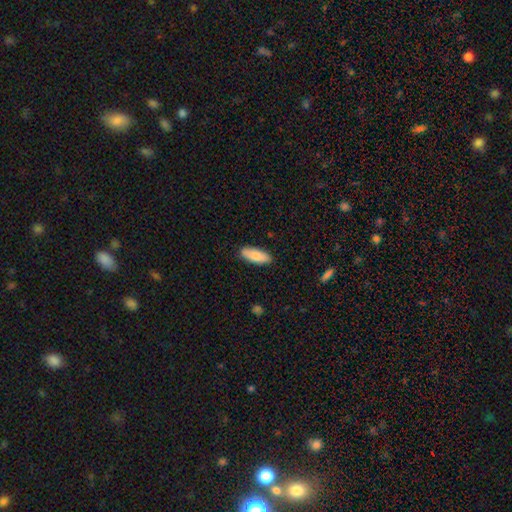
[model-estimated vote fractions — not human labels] A smooth galaxy with no disk features (77%) that is in between round and cigar-shaped (78%).

Vote fractions:
- Smooth or featured? smooth: 77% / featured or disk: 17% / star or artifact: 6%
- How rounded? in between: 78% / cigar-shaped: 20% / round: 2%
- Merging? none: 89% / minor disturbance: 9% / major disturbance: 2% / merger: 1%